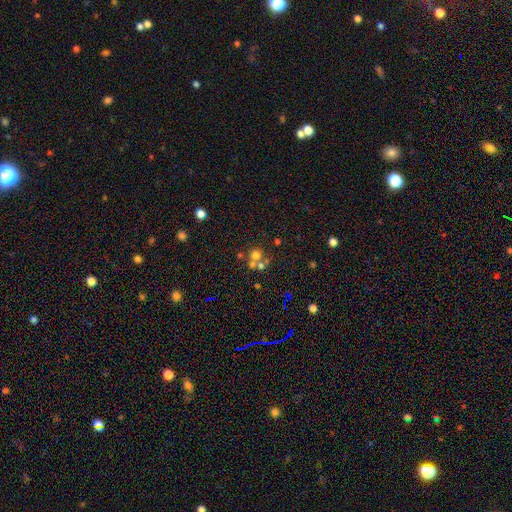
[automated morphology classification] Smooth or featured? Predicted: smooth (p=0.60). How rounded? Predicted: round (p=0.88). Merging? Predicted: none (p=0.48).